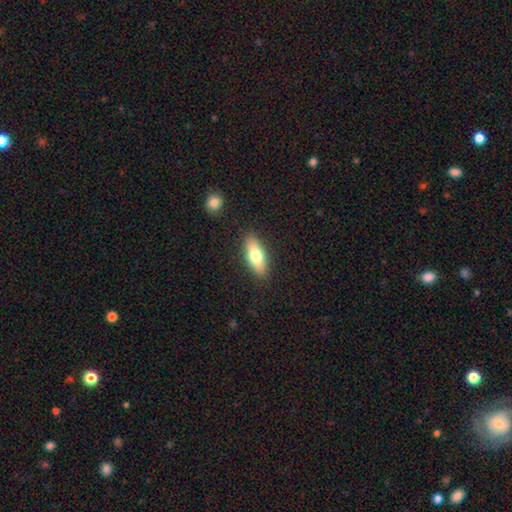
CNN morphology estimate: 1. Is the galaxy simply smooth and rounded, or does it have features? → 70% smooth, 24% featured or disk, 6% star or artifact.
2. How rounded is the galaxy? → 71% in between, 26% cigar-shaped, 3% round.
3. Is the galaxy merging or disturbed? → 88% none, 9% minor disturbance, 2% major disturbance, 1% merger.